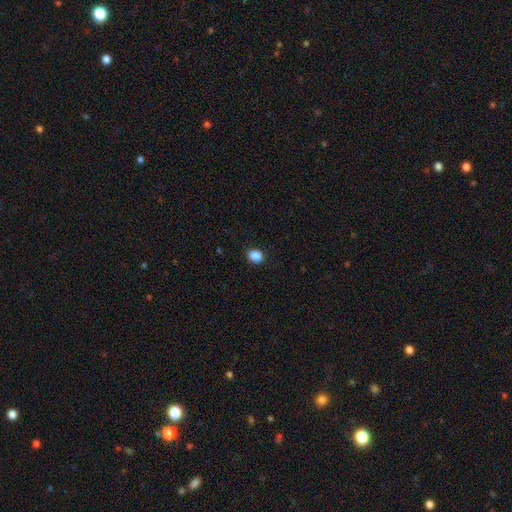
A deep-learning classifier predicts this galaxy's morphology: This appears to be a smooth galaxy with no disk features (88%) that is round (54%). Merging: none (87%).